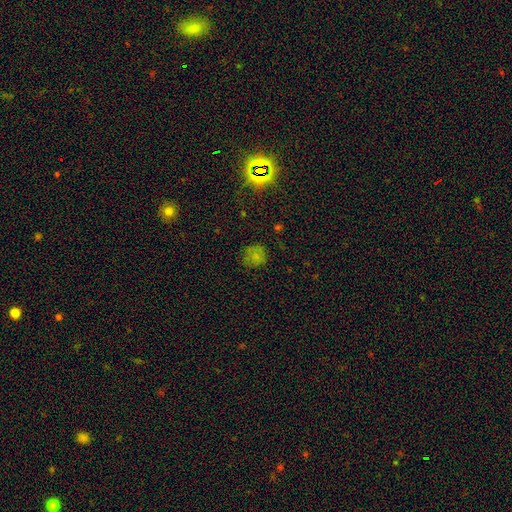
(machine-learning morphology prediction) smooth_or_featured: smooth (p=0.69) [alt: star or artifact p=0.22]
how_rounded: round (p=0.85) [alt: in between p=0.14]
merging: none (p=0.72) [alt: minor disturbance p=0.19]